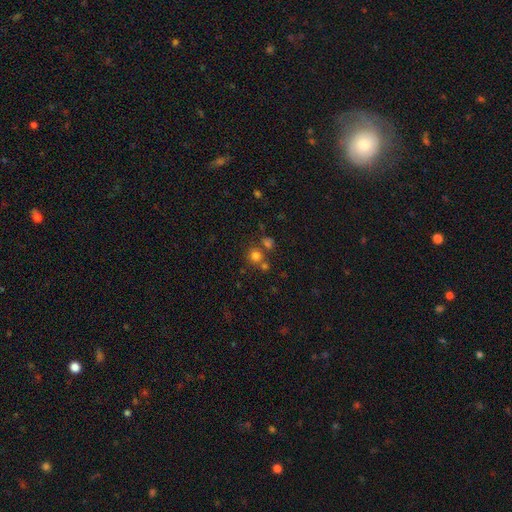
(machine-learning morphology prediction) A smooth galaxy with no disk features (72%) that is round (90%).

Vote fractions:
- Smooth or featured? smooth: 72% / star or artifact: 20% / featured or disk: 8%
- How rounded? round: 90% / in between: 9% / cigar-shaped: 1%
- Merging? none: 67% / merger: 22% / minor disturbance: 8% / major disturbance: 4%